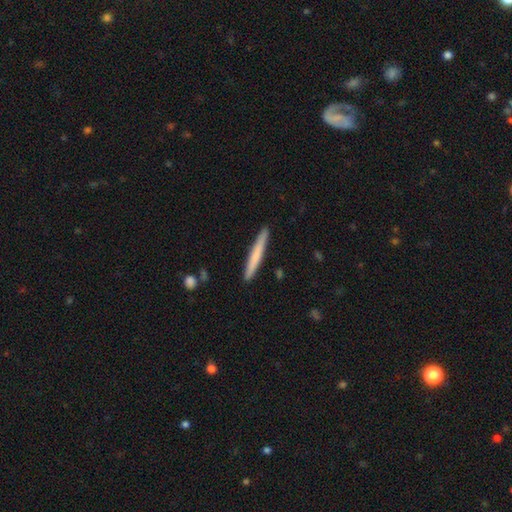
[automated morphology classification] A smooth galaxy with no disk features (66%) that is cigar-shaped (97%).

Vote fractions:
- Smooth or featured? smooth: 66% / featured or disk: 28% / star or artifact: 5%
- How rounded? cigar-shaped: 97% / in between: 2% / round: 1%
- Merging? none: 91% / minor disturbance: 6% / merger: 1% / major disturbance: 1%